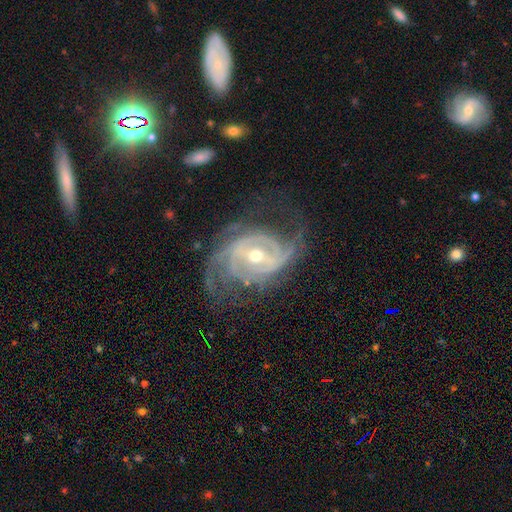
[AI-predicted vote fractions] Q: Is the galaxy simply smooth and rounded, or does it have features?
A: featured or disk — 89%.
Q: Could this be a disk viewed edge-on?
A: no — 97%.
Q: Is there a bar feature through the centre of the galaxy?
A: weak — 40%.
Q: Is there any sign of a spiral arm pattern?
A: yes — 96%.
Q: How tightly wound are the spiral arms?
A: tight — 45%.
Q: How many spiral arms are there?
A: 2 — 37%.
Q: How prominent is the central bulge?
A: moderate — 50%.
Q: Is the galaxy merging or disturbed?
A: none — 58%.